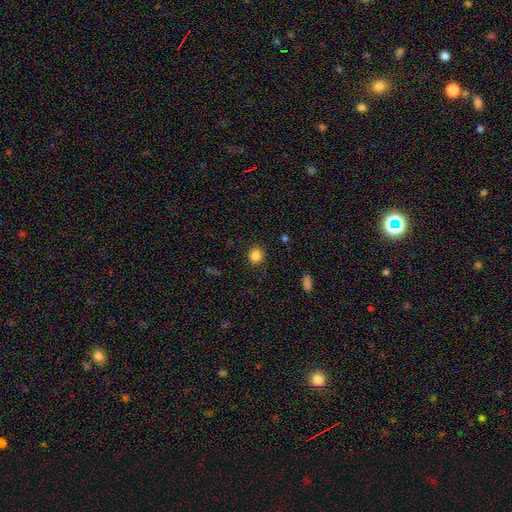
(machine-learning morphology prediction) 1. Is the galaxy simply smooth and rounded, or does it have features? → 85% smooth, 11% star or artifact, 4% featured or disk.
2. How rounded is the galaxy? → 84% round, 15% in between, 1% cigar-shaped.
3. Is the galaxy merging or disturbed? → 89% none, 7% minor disturbance, 2% major disturbance, 1% merger.